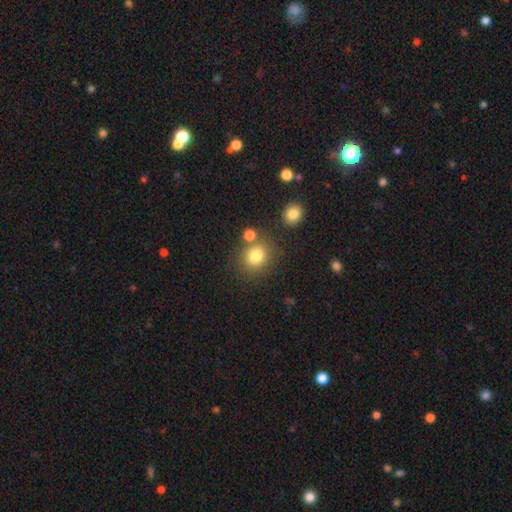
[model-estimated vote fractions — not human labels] This is likely a smooth galaxy (79%). How rounded: likely round (76%). Merging: likely none (72%).